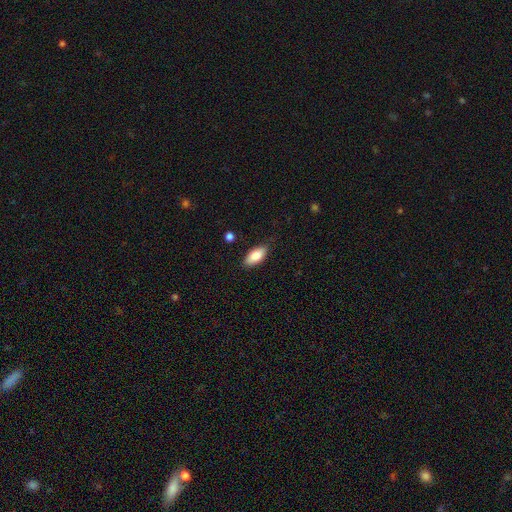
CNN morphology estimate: Smooth or featured? smooth (85%)
How rounded? in between (89%)
Merging? none (83%)